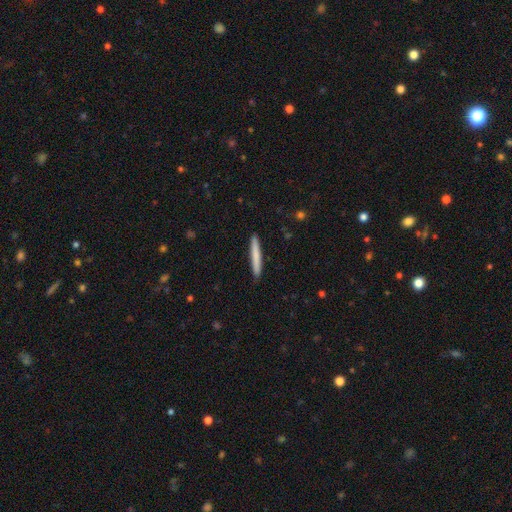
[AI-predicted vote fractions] Smooth or featured? Predicted: smooth (p=0.73). How rounded? Predicted: cigar-shaped (p=0.96). Merging? Predicted: none (p=0.91).